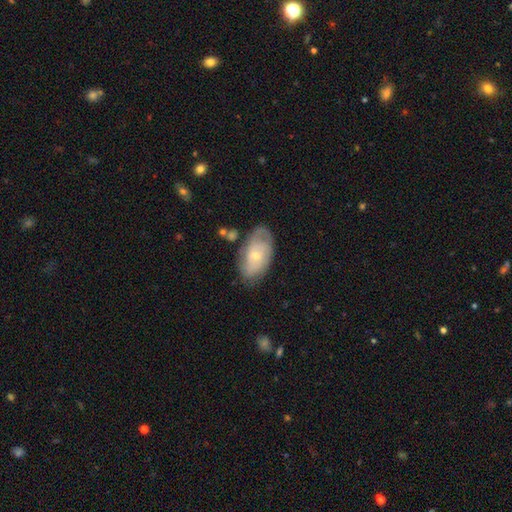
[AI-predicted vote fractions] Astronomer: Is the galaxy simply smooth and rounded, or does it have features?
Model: featured or disk — 55% (runner-up: smooth, 39%).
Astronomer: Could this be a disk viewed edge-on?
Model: no — 93%.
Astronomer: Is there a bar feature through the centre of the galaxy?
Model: no — 78%.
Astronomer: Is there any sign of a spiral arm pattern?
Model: yes — 70%.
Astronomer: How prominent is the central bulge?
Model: small — 64%.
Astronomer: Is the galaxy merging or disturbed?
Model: none — 64%.